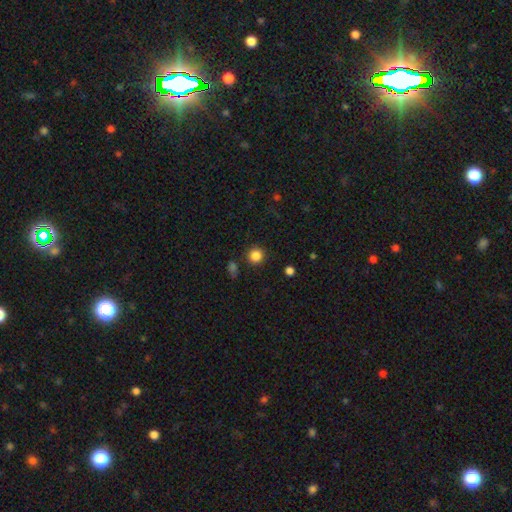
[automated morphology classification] A smooth galaxy with no disk features (84%) that is round (93%).

Vote fractions:
- Smooth or featured? smooth: 84% / star or artifact: 12% / featured or disk: 4%
- How rounded? round: 93% / in between: 6% / cigar-shaped: 1%
- Merging? none: 88% / minor disturbance: 7% / merger: 3% / major disturbance: 3%